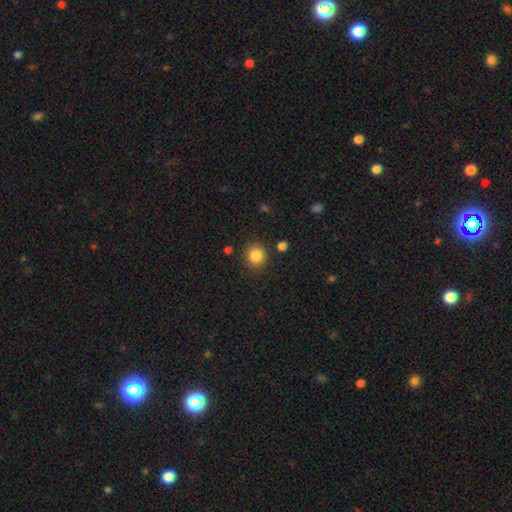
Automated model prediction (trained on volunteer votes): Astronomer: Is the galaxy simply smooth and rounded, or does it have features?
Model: smooth — 85%.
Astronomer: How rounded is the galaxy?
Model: round — 87%.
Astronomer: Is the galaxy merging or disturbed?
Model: none — 86%.